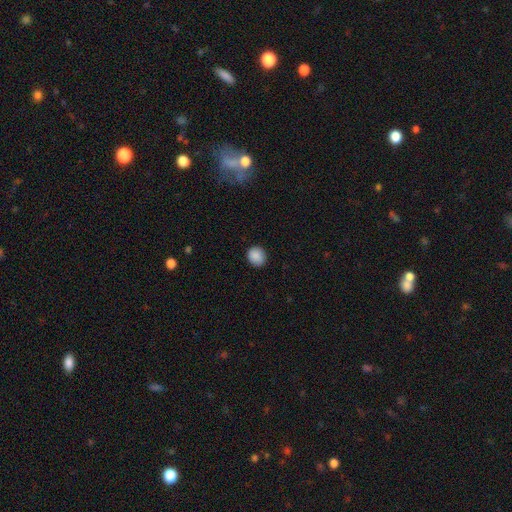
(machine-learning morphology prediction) smooth-or-featured: smooth: 89% | star or artifact: 8% | featured or disk: 3%
  how-rounded: round: 80% | in between: 19% | cigar-shaped: 1%
  merging: none: 89% | minor disturbance: 8% | major disturbance: 2% | merger: 1%